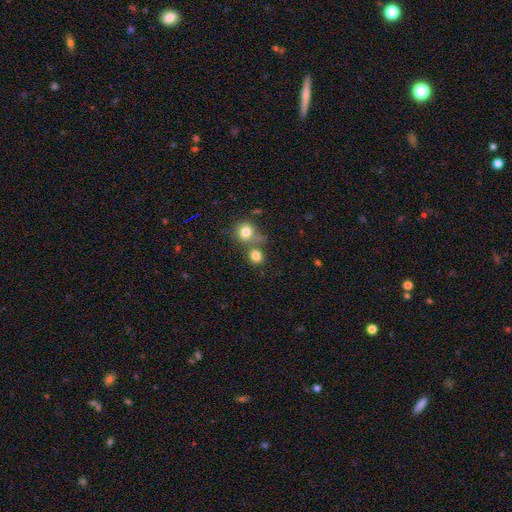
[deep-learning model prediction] Smooth or featured: smooth — 81% (star or artifact — 12%)
How rounded: round — 74% (in between — 25%)
Merging: none — 51% (merger — 35%)